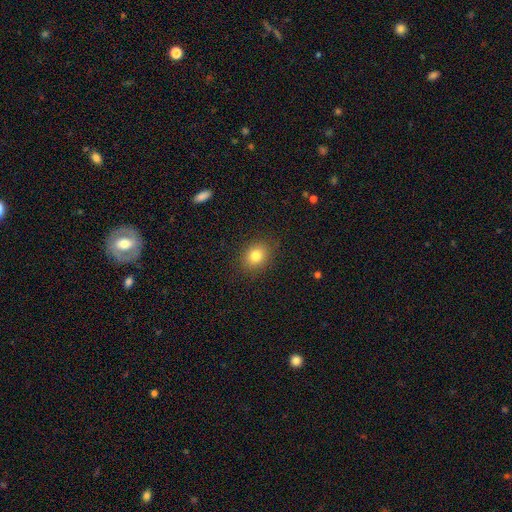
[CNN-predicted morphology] A smooth galaxy with no disk features (82%) that is in between round and cigar-shaped (53%). Merging: none (88%).